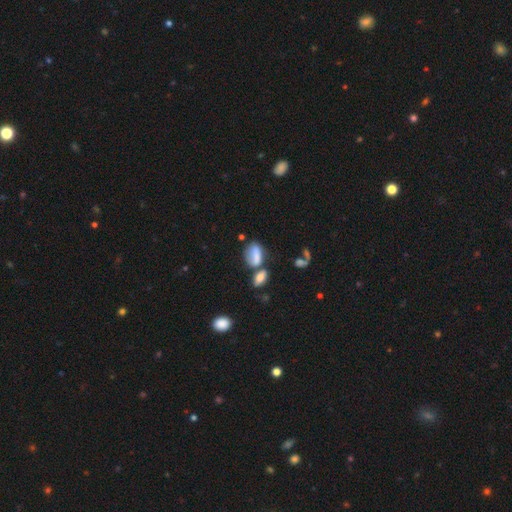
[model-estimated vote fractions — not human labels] Smooth or featured: smooth — 73% (featured or disk — 16%)
How rounded: in between — 86% (round — 10%)
Merging: none — 37% (merger — 31%)